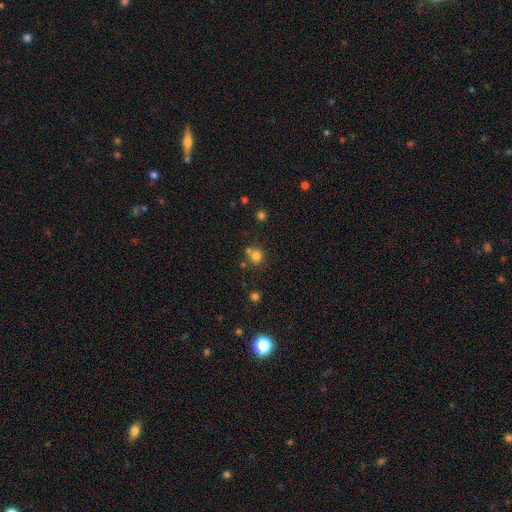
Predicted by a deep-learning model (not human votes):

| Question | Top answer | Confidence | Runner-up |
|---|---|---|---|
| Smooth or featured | smooth | 77% | star or artifact (15%) |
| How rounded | round | 88% | in between (11%) |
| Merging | none | 62% | merger (26%) |